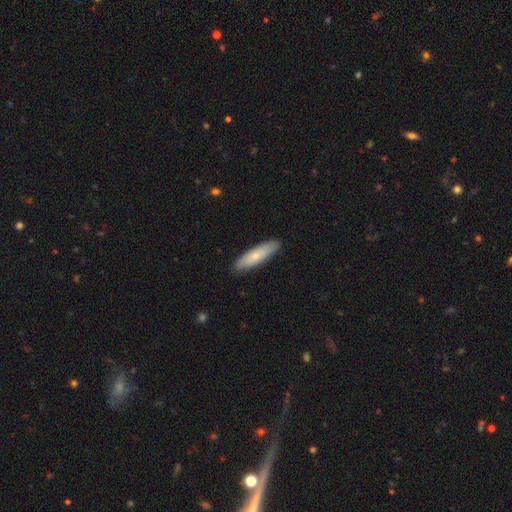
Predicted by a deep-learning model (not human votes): Overall: smooth (71%). How rounded: cigar-shaped (64%; in between 34%). Merging: none (87%).